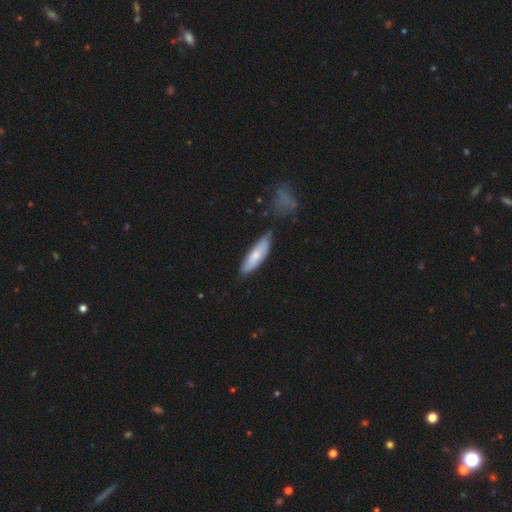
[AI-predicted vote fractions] Smooth or featured?
  - smooth: 63% *
  - featured or disk: 31%
  - star or artifact: 6%
How rounded?
  - cigar-shaped: 57% *
  - in between: 41%
  - round: 2%
Merging?
  - none: 68% *
  - minor disturbance: 24%
  - major disturbance: 5%
  - merger: 4%